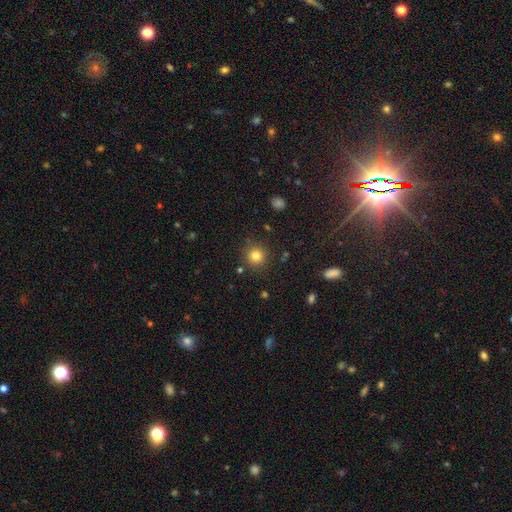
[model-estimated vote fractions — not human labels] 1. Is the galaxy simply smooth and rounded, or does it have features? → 81% smooth, 13% star or artifact, 6% featured or disk.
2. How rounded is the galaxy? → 93% round, 6% in between, 1% cigar-shaped.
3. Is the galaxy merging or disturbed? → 87% none, 7% minor disturbance, 3% major disturbance, 3% merger.